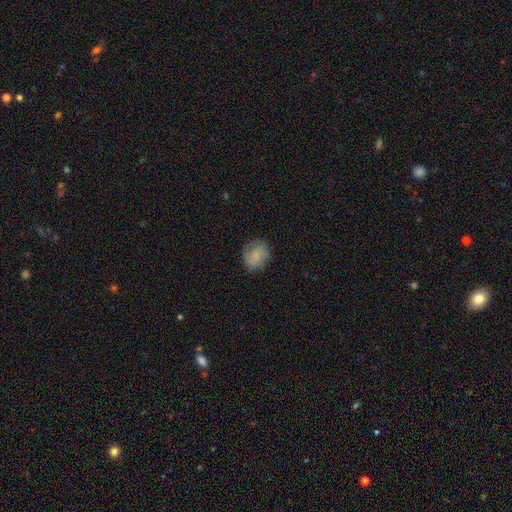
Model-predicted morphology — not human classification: smooth_or_featured: smooth (p=0.66) [alt: featured or disk p=0.26]
how_rounded: round (p=0.69) [alt: in between p=0.30]
merging: none (p=0.77) [alt: minor disturbance p=0.17]